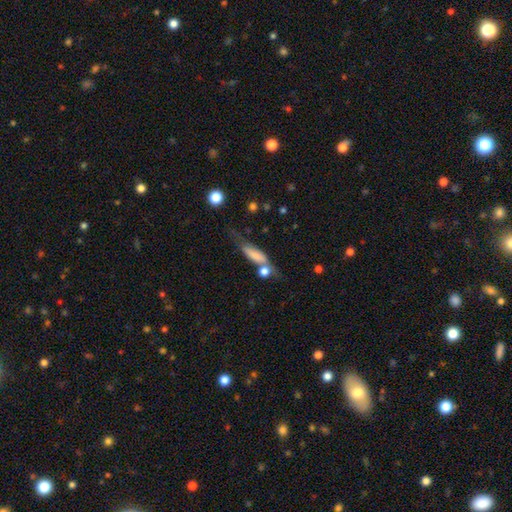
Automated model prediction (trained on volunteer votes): A smooth galaxy with no disk features (69%) that is cigar-shaped (52%).

Vote fractions:
- Smooth or featured? smooth: 69% / featured or disk: 23% / star or artifact: 8%
- How rounded? cigar-shaped: 52% / in between: 43% / round: 6%
- Merging? none: 33% / merger: 30% / minor disturbance: 20% / major disturbance: 16%